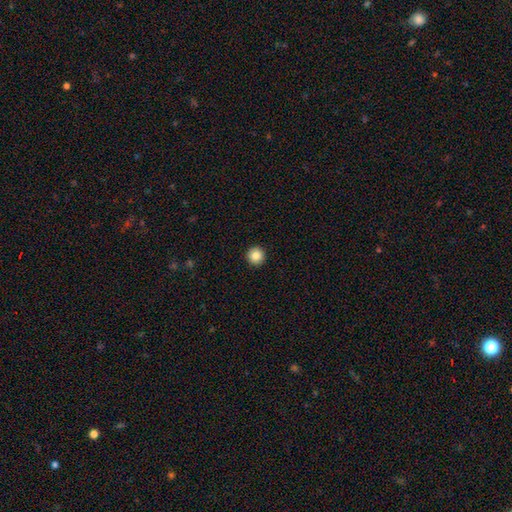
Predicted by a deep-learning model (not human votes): Smooth or featured: smooth — 86% (star or artifact — 9%)
How rounded: round — 96% (in between — 3%)
Merging: none — 94% (minor disturbance — 4%)